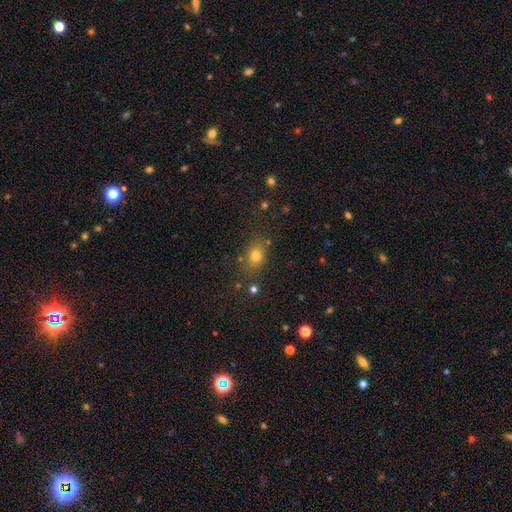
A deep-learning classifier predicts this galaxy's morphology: smooth-or-featured: smooth: 76% | star or artifact: 14% | featured or disk: 10%
  how-rounded: in between: 63% | round: 34% | cigar-shaped: 3%
  merging: none: 76% | minor disturbance: 14% | major disturbance: 5% | merger: 5%